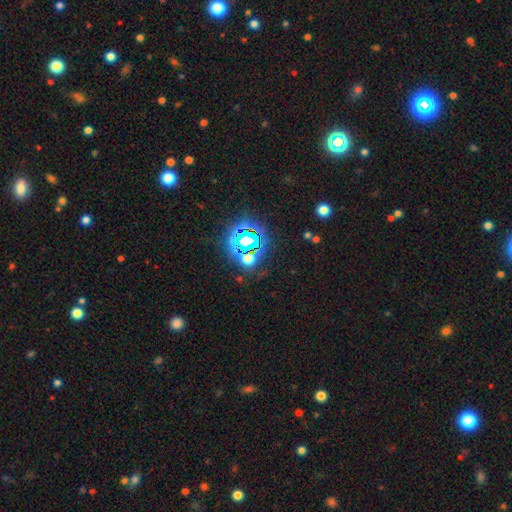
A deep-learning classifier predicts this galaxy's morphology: smooth-or-featured: star or artifact: 79% | smooth: 14% | featured or disk: 8%